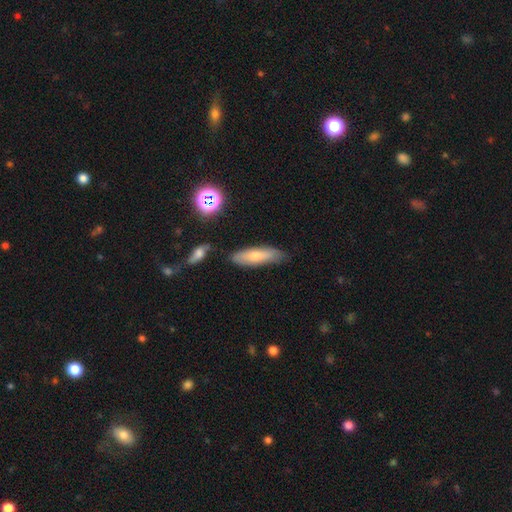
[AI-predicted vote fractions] smooth-or-featured: smooth: 71% | featured or disk: 21% | star or artifact: 8%
  how-rounded: cigar-shaped: 60% | in between: 38% | round: 2%
  merging: none: 75% | minor disturbance: 17% | merger: 4% | major disturbance: 4%